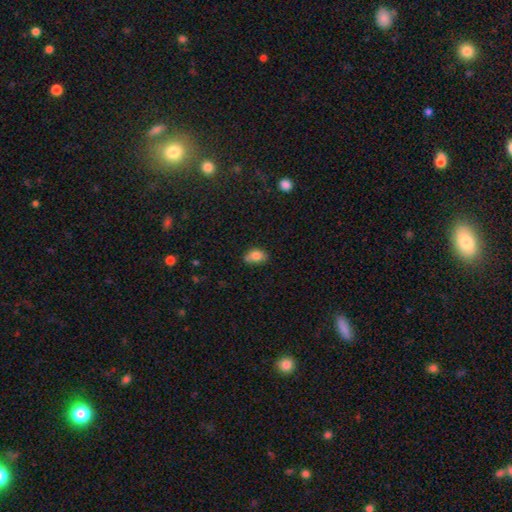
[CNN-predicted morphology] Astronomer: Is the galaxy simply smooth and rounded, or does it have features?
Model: smooth — 82%.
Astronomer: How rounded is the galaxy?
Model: in between — 79%.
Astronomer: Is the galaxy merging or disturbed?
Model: none — 61%.